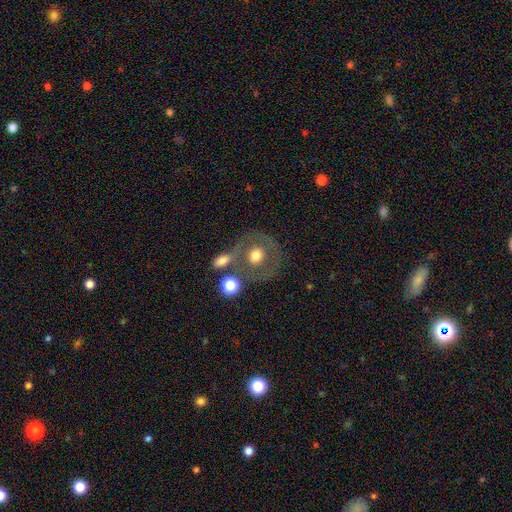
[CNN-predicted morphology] smooth-or-featured: smooth: 54% | featured or disk: 37% | star or artifact: 9%
  how-rounded: round: 88% | in between: 11% | cigar-shaped: 1%
  merging: none: 67% | merger: 13% | minor disturbance: 12% | major disturbance: 7%